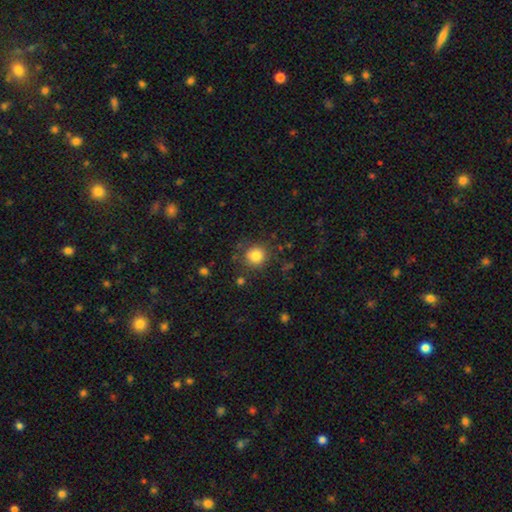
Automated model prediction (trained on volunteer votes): Smooth or featured: smooth — 83% (star or artifact — 11%)
How rounded: round — 90% (in between — 9%)
Merging: none — 83% (minor disturbance — 10%)